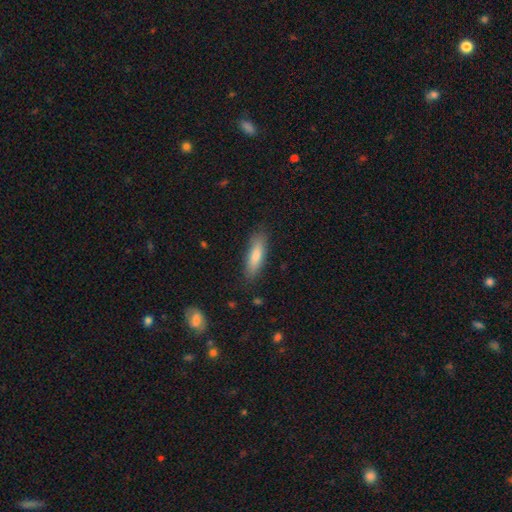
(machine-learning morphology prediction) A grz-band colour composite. It shows a smooth galaxy with no disk features (77%) that is cigar-shaped (60%). Merging: none (85%).